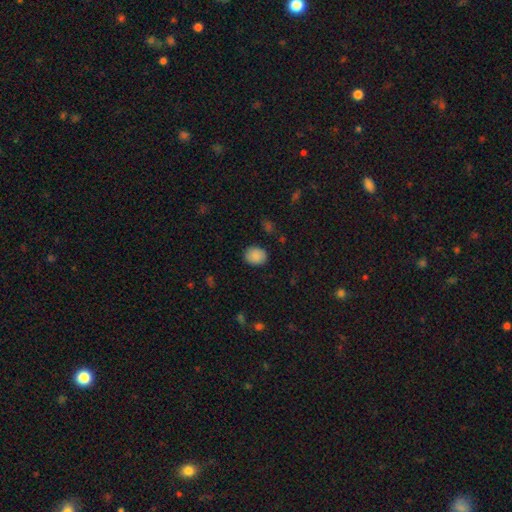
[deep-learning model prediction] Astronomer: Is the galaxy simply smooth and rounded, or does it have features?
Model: smooth — 87%.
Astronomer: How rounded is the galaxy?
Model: round — 61% (runner-up: in between, 38%).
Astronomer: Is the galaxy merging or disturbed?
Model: none — 85%.